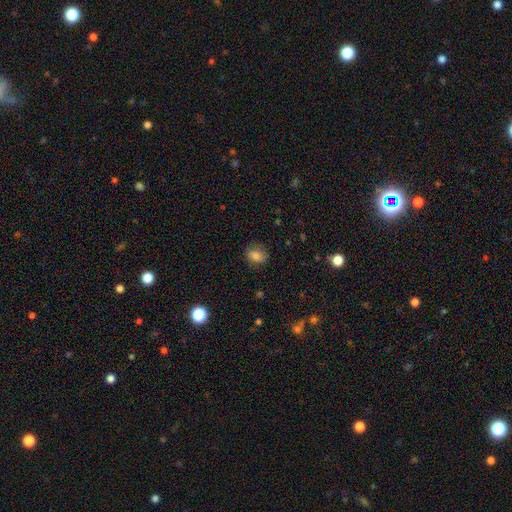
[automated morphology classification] A smooth galaxy with no disk features (80%) that is in between round and cigar-shaped (52%).

Vote fractions:
- Smooth or featured? smooth: 80% / star or artifact: 11% / featured or disk: 9%
- How rounded? in between: 52% / round: 47% / cigar-shaped: 1%
- Merging? none: 74% / minor disturbance: 19% / major disturbance: 5% / merger: 1%